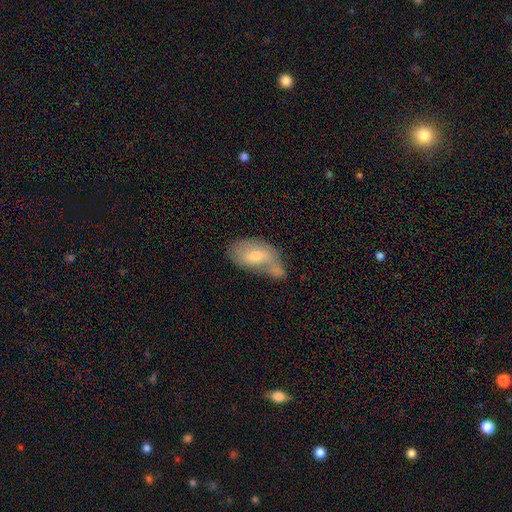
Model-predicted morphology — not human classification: type=smooth (49%); merging=merger (35%).